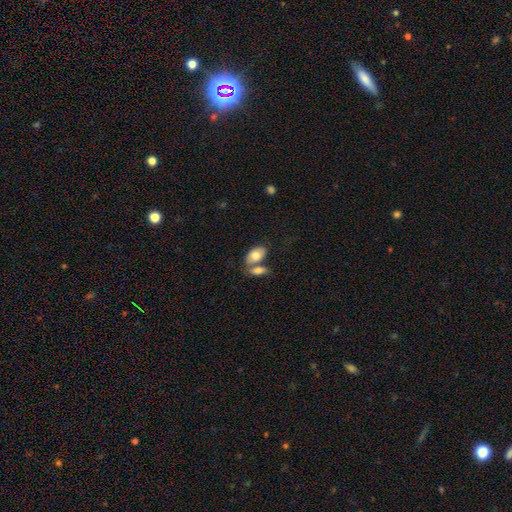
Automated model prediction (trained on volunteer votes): smooth_or_featured: smooth (p=0.77) [alt: featured or disk p=0.17]
how_rounded: in between (p=0.92) [alt: round p=0.06]
merging: merger (p=0.44) [alt: none p=0.40]